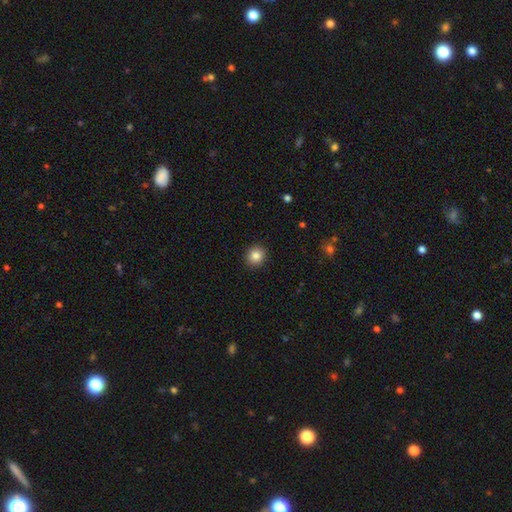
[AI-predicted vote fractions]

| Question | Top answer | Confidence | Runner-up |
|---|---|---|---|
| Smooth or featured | smooth | 84% | star or artifact (10%) |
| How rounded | round | 84% | in between (15%) |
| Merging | none | 92% | minor disturbance (6%) |